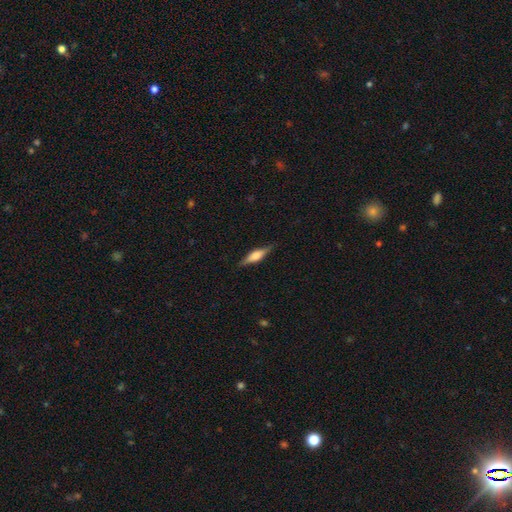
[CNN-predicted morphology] Smooth or featured? featured or disk (57%)
Edge-on disk? yes (96%)
Edge-on bulge? rounded (74%)
Merging? none (86%)